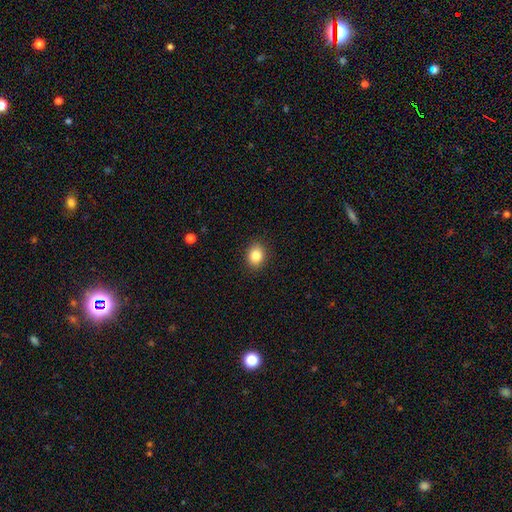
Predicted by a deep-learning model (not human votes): A smooth galaxy with no disk features (84%) that is round (56%). Merging: none (90%).